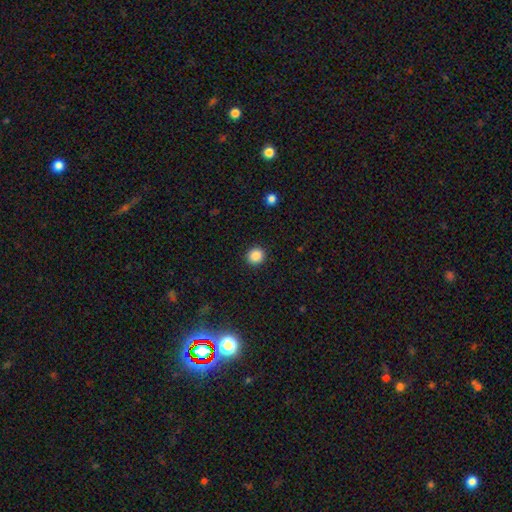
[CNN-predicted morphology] Q: Smooth or featured?
A: smooth (87%); runner-up: star or artifact (10%)
Q: How rounded?
A: round (91%); runner-up: in between (8%)
Q: Merging?
A: none (92%); runner-up: minor disturbance (5%)